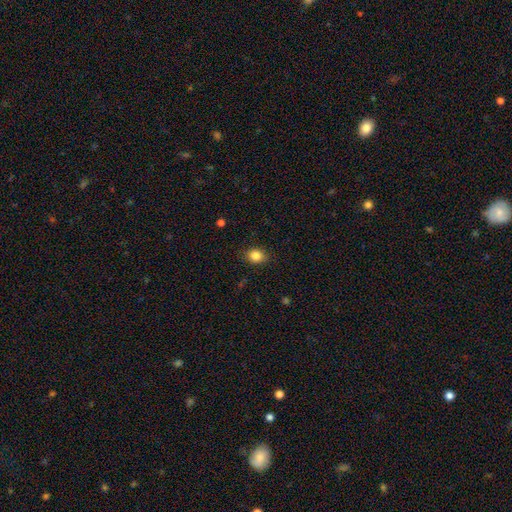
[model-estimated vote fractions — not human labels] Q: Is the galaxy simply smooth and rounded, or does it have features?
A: smooth — 85%.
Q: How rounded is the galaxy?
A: in between — 51%.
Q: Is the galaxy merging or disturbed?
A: none — 86%.